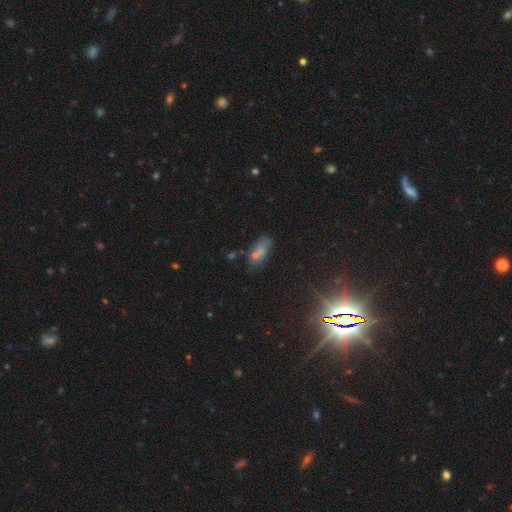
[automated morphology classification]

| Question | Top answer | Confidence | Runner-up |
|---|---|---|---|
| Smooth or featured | smooth | 47% | star or artifact (35%) |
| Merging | none | 52% | minor disturbance (21%) |